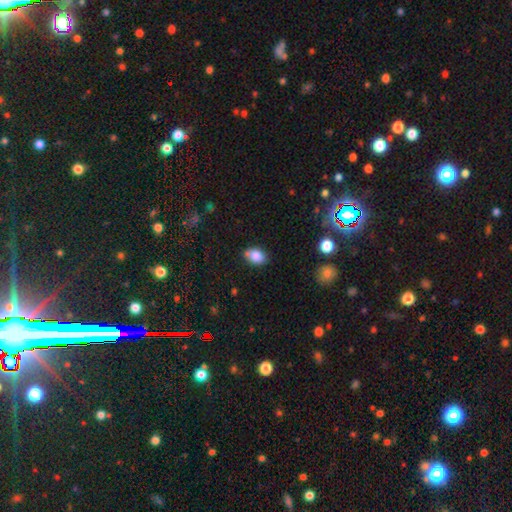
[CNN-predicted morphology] Overall: smooth (84%). How rounded: in between (80%). Merging: none (69%).